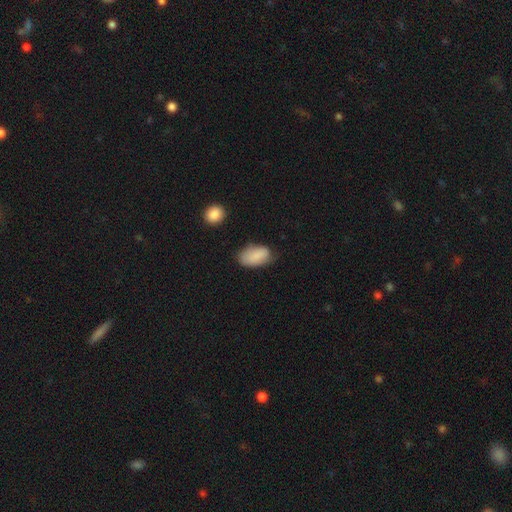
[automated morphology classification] Smooth or featured?
  - smooth: 85% *
  - featured or disk: 8%
  - star or artifact: 7%
How rounded?
  - in between: 94% *
  - round: 4%
  - cigar-shaped: 2%
Merging?
  - none: 60% *
  - minor disturbance: 31%
  - major disturbance: 7%
  - merger: 2%